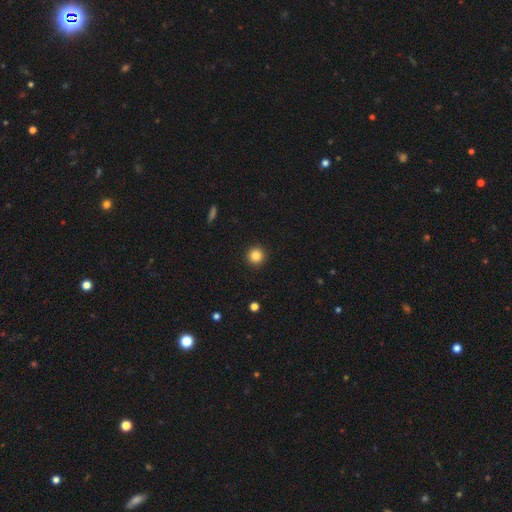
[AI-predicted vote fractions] Smooth or featured? smooth (84%)
How rounded? round (96%)
Merging? none (93%)